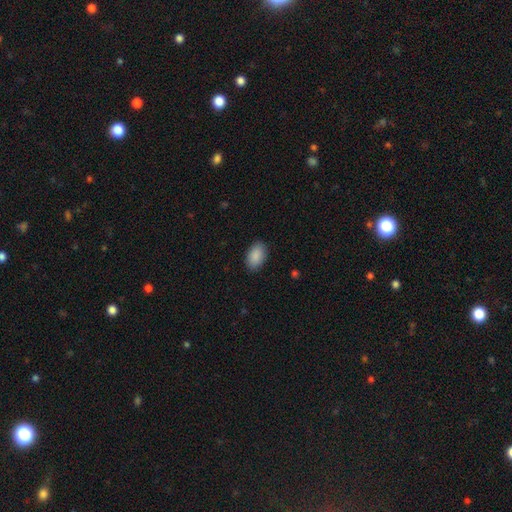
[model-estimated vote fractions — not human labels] smooth 90%, star or artifact 6%, featured or disk 3%. Down the decision tree: how rounded — in between (93%); merging — none (88%).